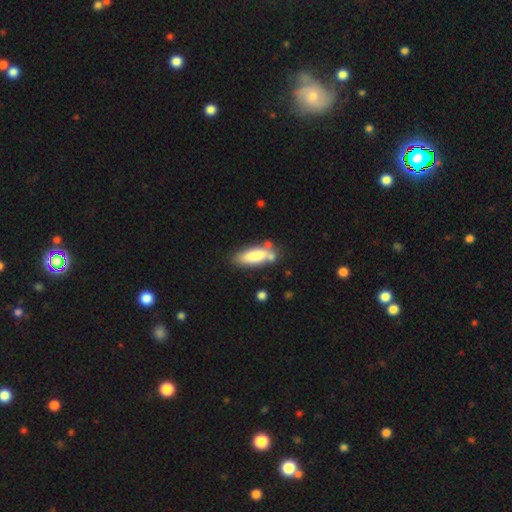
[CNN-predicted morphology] Overall: smooth (79%). How rounded: in between (64%; cigar-shaped 34%). Merging: none (61%).